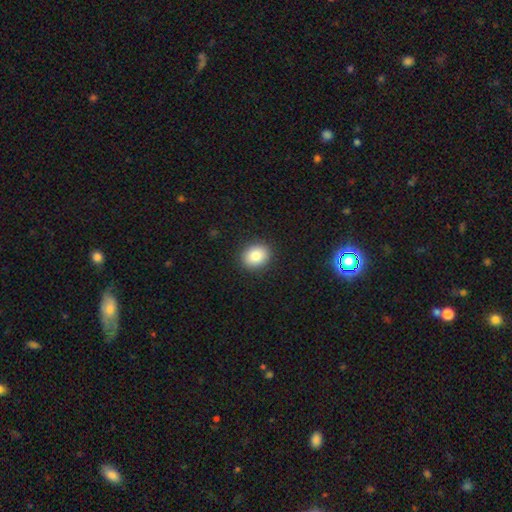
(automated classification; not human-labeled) Smooth or featured: smooth — 84% (star or artifact — 9%)
How rounded: round — 58% (in between — 42%)
Merging: none — 90% (minor disturbance — 7%)